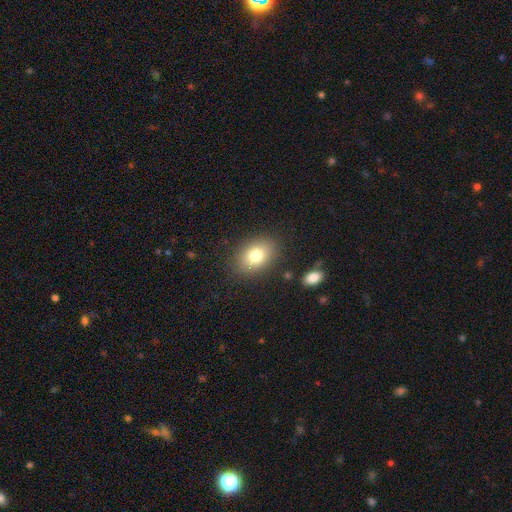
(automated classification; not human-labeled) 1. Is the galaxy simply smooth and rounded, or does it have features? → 79% smooth, 12% featured or disk, 10% star or artifact.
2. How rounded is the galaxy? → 77% in between, 22% round, 1% cigar-shaped.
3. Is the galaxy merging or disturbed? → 84% none, 10% minor disturbance, 4% major disturbance, 2% merger.